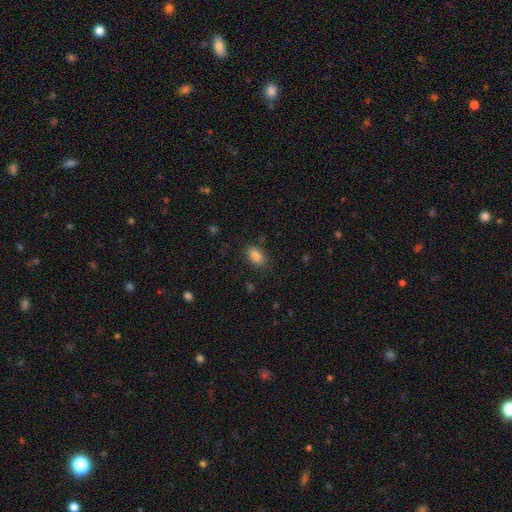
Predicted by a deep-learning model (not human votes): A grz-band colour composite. It shows a smooth galaxy with no disk features (85%) that is in between round and cigar-shaped (85%). Merging: none (84%).